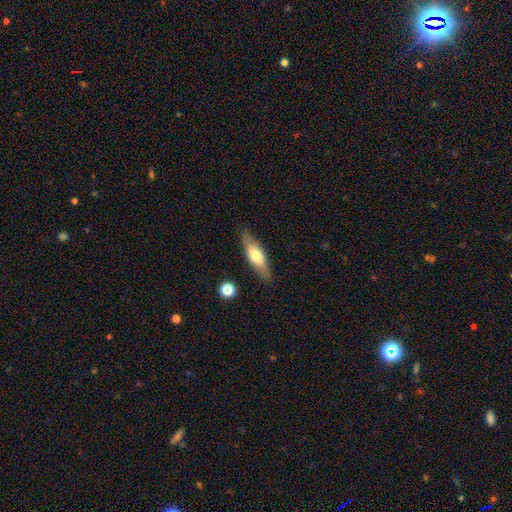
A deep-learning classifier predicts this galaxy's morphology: smooth-or-featured: smooth: 57% | featured or disk: 36% | star or artifact: 6%
  how-rounded: cigar-shaped: 53% | in between: 44% | round: 2%
  merging: none: 83% | minor disturbance: 12% | major disturbance: 3% | merger: 2%